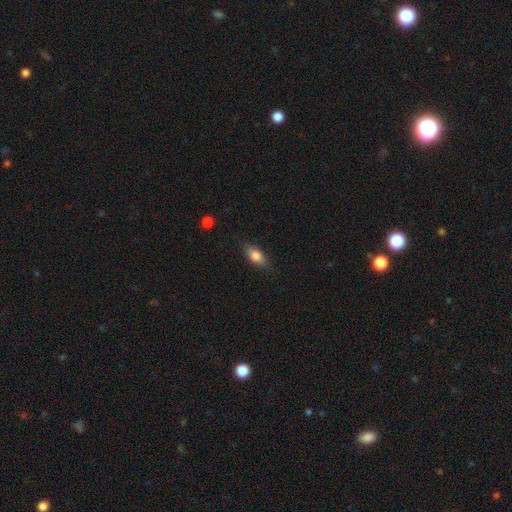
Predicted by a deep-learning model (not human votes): Smooth or featured? smooth (76%)
How rounded? in between (80%)
Merging? none (81%)